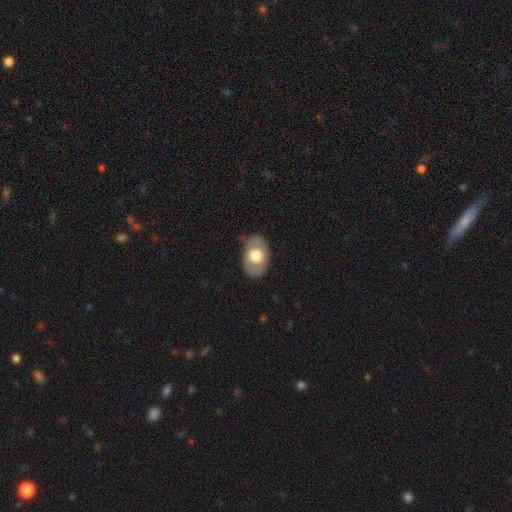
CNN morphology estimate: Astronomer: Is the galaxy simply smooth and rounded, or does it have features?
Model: smooth — 57% (runner-up: featured or disk, 37%).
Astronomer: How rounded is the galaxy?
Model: in between — 85%.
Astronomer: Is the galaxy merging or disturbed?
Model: none — 79%.